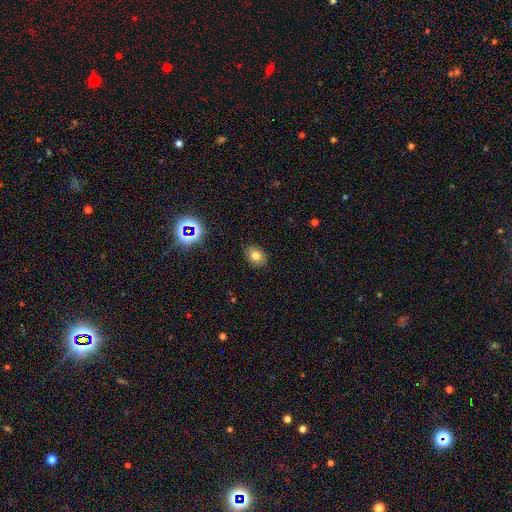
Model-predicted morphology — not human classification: A smooth galaxy with no disk features (75%) that is in between round and cigar-shaped (63%). Merging: none (85%).